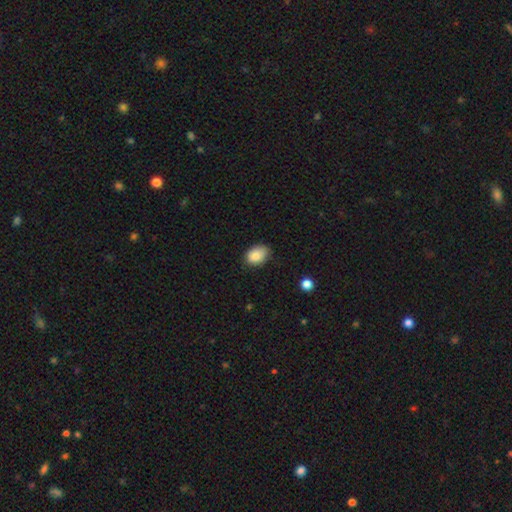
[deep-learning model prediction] This appears to be a smooth galaxy with no disk features (87%) that is in between round and cigar-shaped (75%). Merging: none (70%).